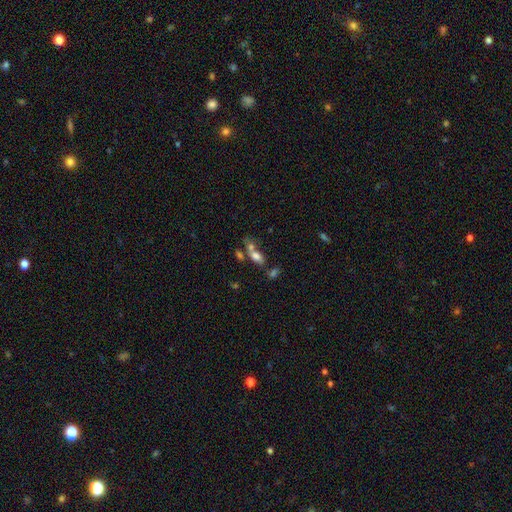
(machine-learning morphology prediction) Smooth or featured: smooth — 70% (featured or disk — 17%)
How rounded: in between — 81% (cigar-shaped — 10%)
Merging: merger — 43% (none — 37%)